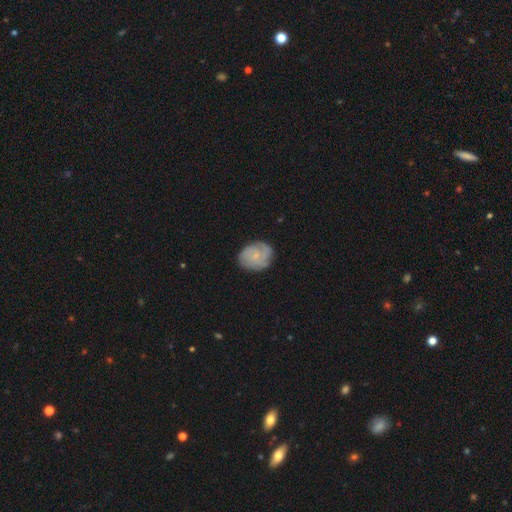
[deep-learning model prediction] Q: Smooth or featured?
A: featured or disk (58%); runner-up: smooth (35%)
Q: Edge-on disk?
A: no (98%); runner-up: yes (2%)
Q: Bar?
A: no (75%); runner-up: weak (22%)
Q: Spiral arms?
A: yes (88%); runner-up: no (12%)
Q: Bulge size?
A: small (73%); runner-up: moderate (16%)
Q: Merging?
A: none (77%); runner-up: minor disturbance (17%)